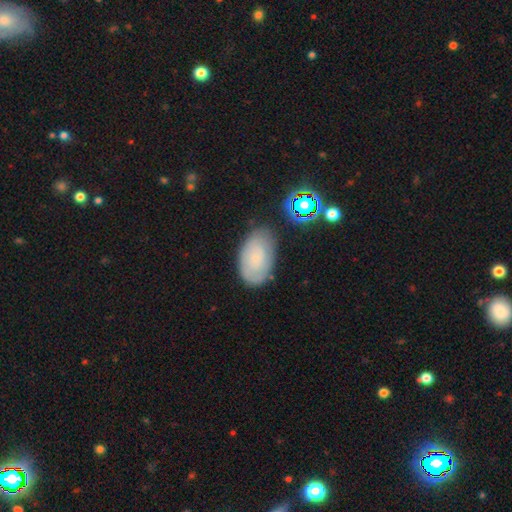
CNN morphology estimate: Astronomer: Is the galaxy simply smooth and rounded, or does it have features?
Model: smooth — 55% (runner-up: featured or disk, 35%).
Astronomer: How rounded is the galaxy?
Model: in between — 92%.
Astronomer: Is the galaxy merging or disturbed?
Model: none — 71%.